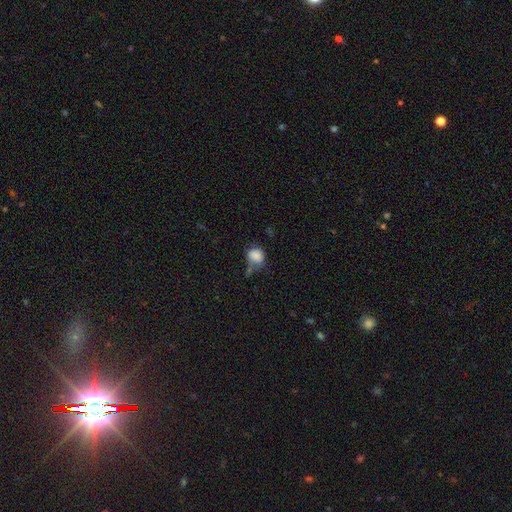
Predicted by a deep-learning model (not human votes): Smooth or featured?
  - smooth: 84% *
  - star or artifact: 9%
  - featured or disk: 6%
How rounded?
  - round: 61% *
  - in between: 38%
  - cigar-shaped: 1%
Merging?
  - none: 49% *
  - minor disturbance: 28%
  - merger: 12%
  - major disturbance: 11%